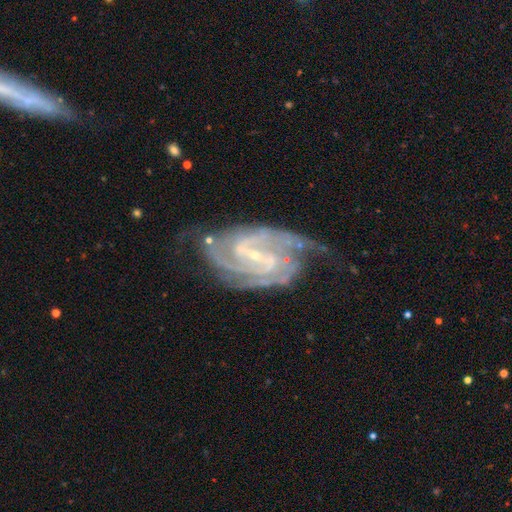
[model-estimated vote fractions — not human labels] Smooth or featured?
  - featured or disk: 92% *
  - star or artifact: 5%
  - smooth: 3%
Edge-on disk?
  - no: 97% *
  - yes: 3%
Bar?
  - weak: 45% *
  - strong: 38%
  - no: 18%
Spiral arms?
  - yes: 98% *
  - no: 2%
Spiral winding?
  - tight: 50% *
  - medium: 42%
  - loose: 8%
Spiral arm count?
  - 2: 50% *
  - 3: 19%
  - can't tell: 11%
  - 4: 9%
  - more than 4: 5%
  - 1: 5%
Bulge size?
  - small: 80% *
  - moderate: 16%
  - none: 3%
  - large: 1%
  - dominant: 1%
Merging?
  - none: 62% *
  - minor disturbance: 23%
  - major disturbance: 12%
  - merger: 3%